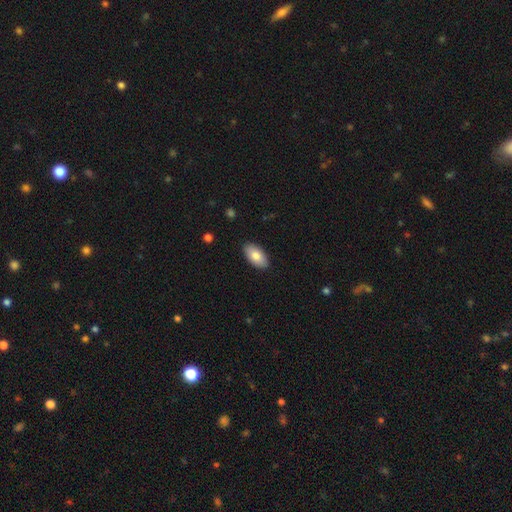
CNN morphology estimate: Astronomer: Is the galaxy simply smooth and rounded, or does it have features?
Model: smooth — 83%.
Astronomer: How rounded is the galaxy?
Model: in between — 95%.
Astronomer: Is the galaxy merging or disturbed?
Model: none — 89%.